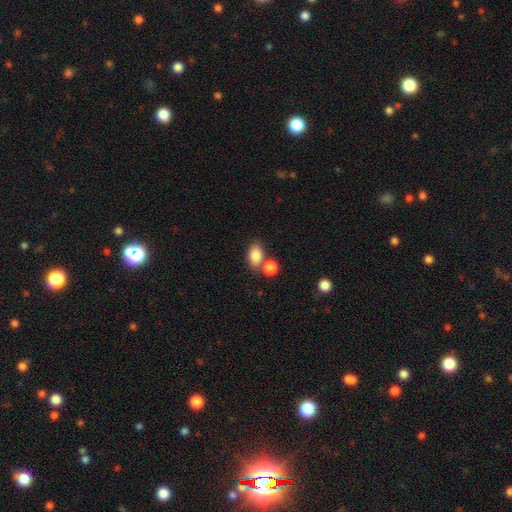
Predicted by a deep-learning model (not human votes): Overall: smooth (85%). How rounded: in between (82%). Merging: none (56%; merger 29%).